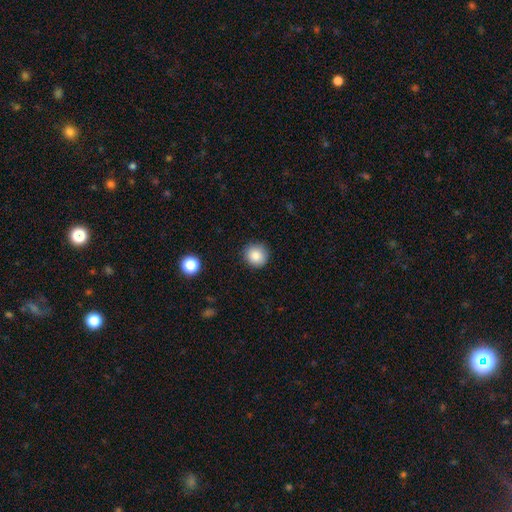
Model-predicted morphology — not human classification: A smooth galaxy with no disk features (85%) that is round (92%). Merging: none (90%).